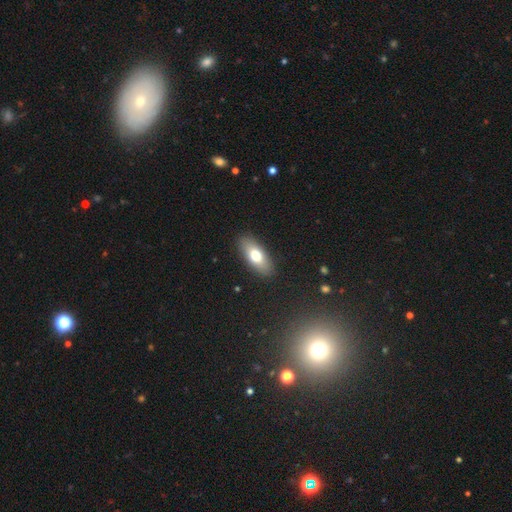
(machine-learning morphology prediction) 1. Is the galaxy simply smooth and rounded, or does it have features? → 72% smooth, 22% featured or disk, 7% star or artifact.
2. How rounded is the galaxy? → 82% in between, 15% cigar-shaped, 3% round.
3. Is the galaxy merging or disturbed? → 89% none, 8% minor disturbance, 2% major disturbance, 1% merger.